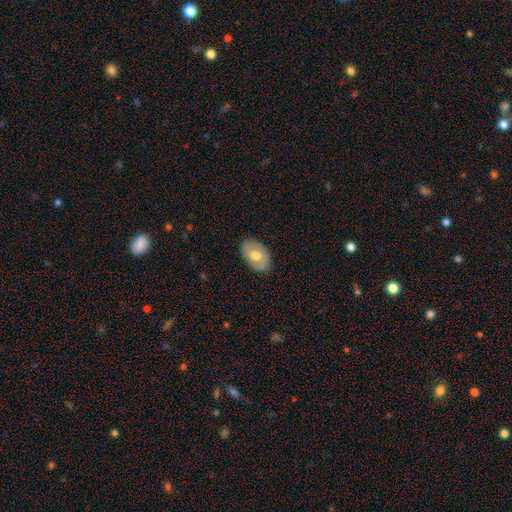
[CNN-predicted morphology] Smooth or featured: smooth — 54% (featured or disk — 40%)
How rounded: in between — 86% (round — 13%)
Merging: none — 82% (minor disturbance — 14%)